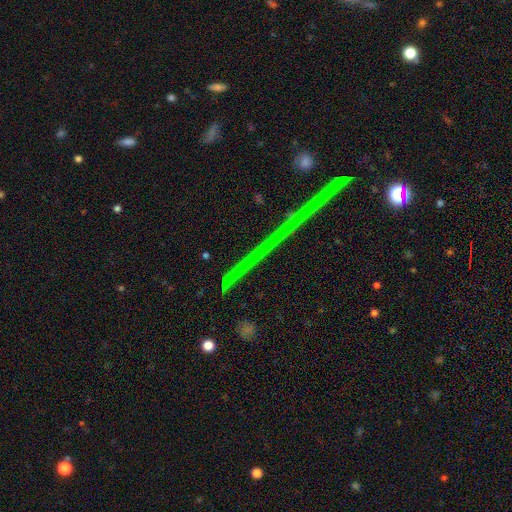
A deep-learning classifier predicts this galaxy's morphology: The model was most divided on "smooth or featured": star or artifact: 54%, featured or disk: 33%, smooth: 13%.